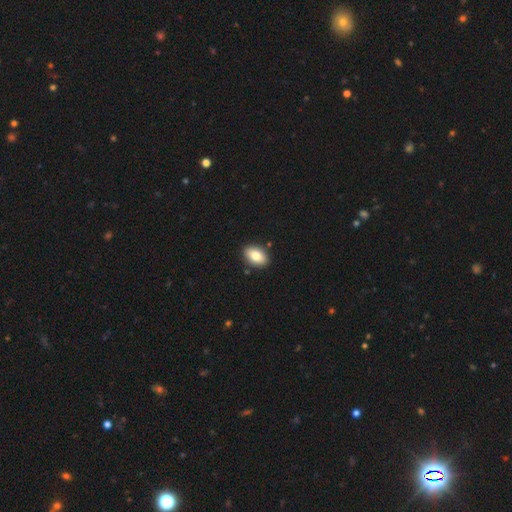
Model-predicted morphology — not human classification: This is clearly a smooth galaxy (83%). How rounded: clearly in between (88%). Merging: clearly none (87%).